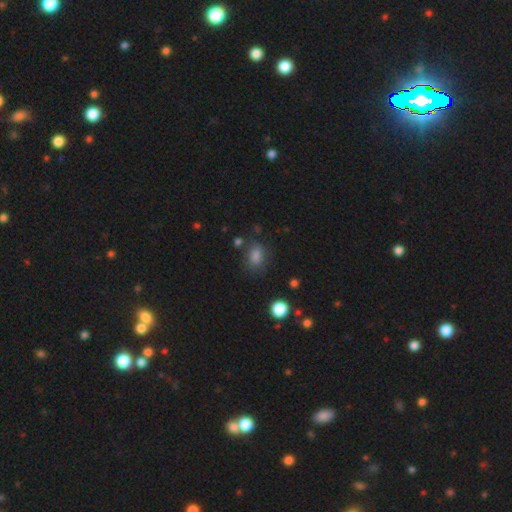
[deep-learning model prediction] A smooth galaxy with no disk features (80%) that is in between round and cigar-shaped (75%).

Vote fractions:
- Smooth or featured? smooth: 80% / star or artifact: 14% / featured or disk: 7%
- How rounded? in between: 75% / round: 23% / cigar-shaped: 2%
- Merging? none: 73% / minor disturbance: 17% / major disturbance: 6% / merger: 4%